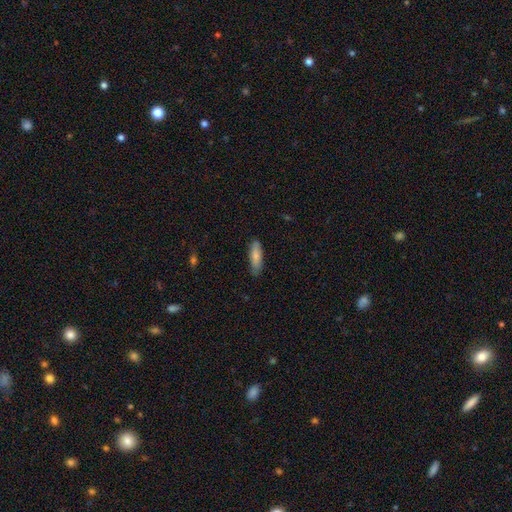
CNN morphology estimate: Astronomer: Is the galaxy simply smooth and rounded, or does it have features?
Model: smooth — 81%.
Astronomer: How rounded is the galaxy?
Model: cigar-shaped — 52% (runner-up: in between, 47%).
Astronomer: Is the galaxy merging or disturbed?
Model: none — 81%.